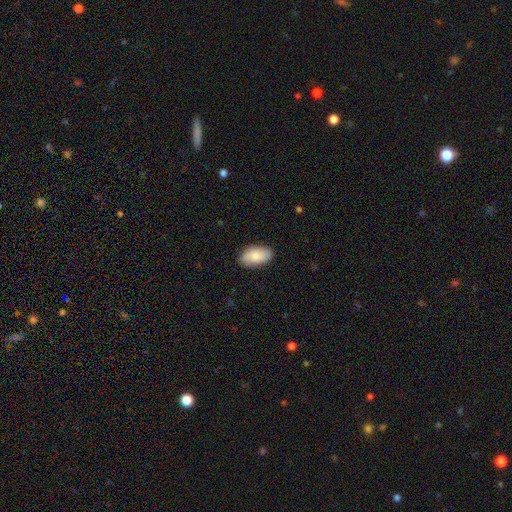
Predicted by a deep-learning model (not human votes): Morphology: type=smooth (84%); roundness=in between (95%); merging=none (85%).